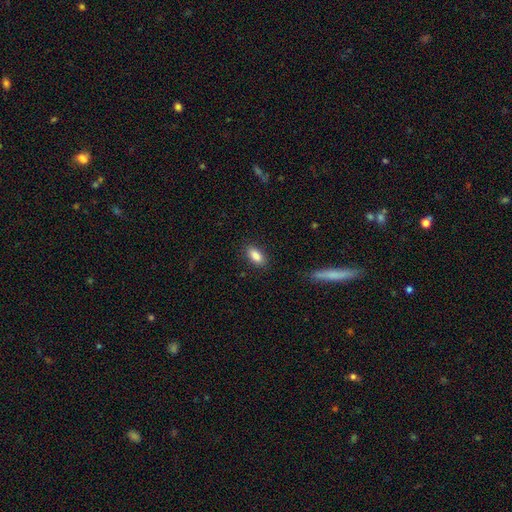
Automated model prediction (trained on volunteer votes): A smooth galaxy with no disk features (88%) that is in between round and cigar-shaped (87%). Merging: none (87%).